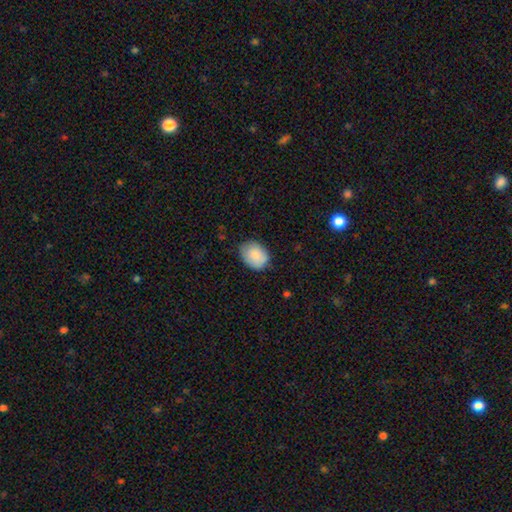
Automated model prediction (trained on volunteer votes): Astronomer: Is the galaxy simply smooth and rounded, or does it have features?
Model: smooth — 84%.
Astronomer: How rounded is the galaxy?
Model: in between — 63%.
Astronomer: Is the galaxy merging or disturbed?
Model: none — 73%.